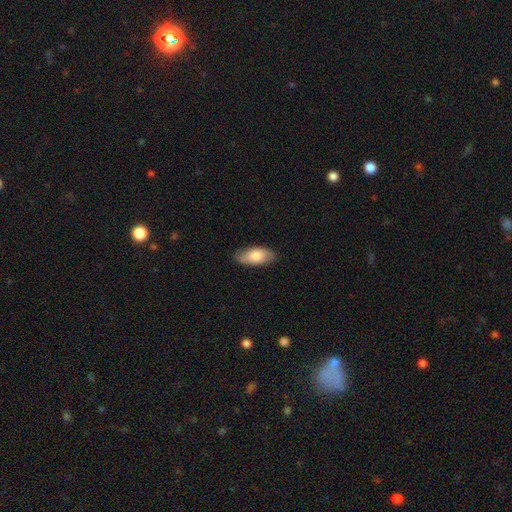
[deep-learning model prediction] This appears to be a smooth galaxy with no disk features (72%) that is in between round and cigar-shaped (89%). Merging: none (82%).